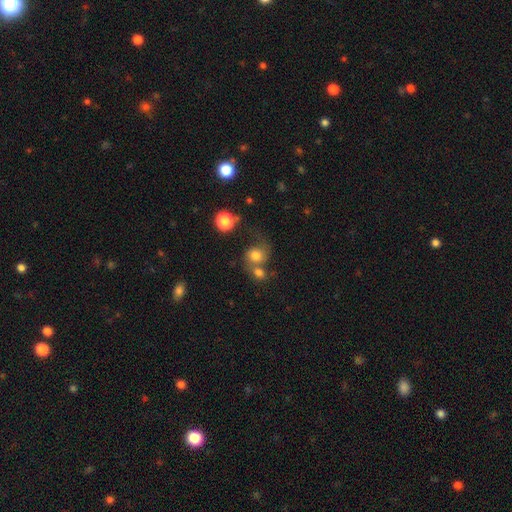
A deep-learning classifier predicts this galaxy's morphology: smooth-or-featured: smooth: 70% | featured or disk: 18% | star or artifact: 12%
  how-rounded: round: 73% | in between: 26% | cigar-shaped: 1%
  merging: merger: 44% | none: 31% | minor disturbance: 13% | major disturbance: 12%